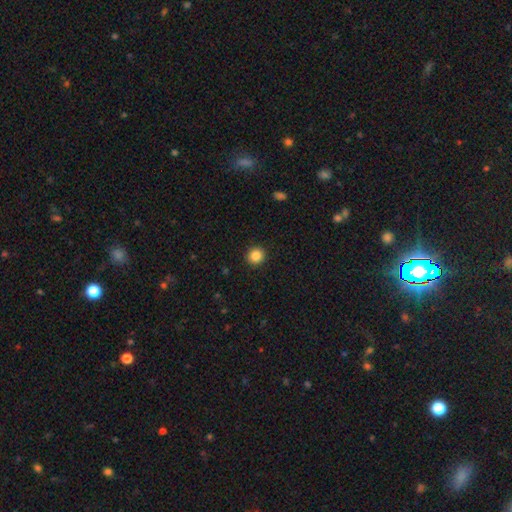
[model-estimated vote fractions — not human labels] smooth 86%, star or artifact 10%, featured or disk 4%. Down the decision tree: how rounded — round (91%); merging — none (92%).